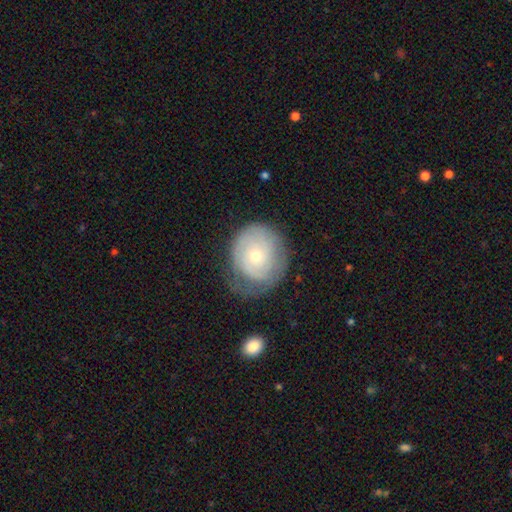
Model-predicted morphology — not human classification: A featured or disk galaxy (50%).

Vote fractions:
- Smooth or featured? featured or disk: 50% / smooth: 43% / star or artifact: 7%
- Merging? none: 51% / minor disturbance: 30% / major disturbance: 17% / merger: 2%